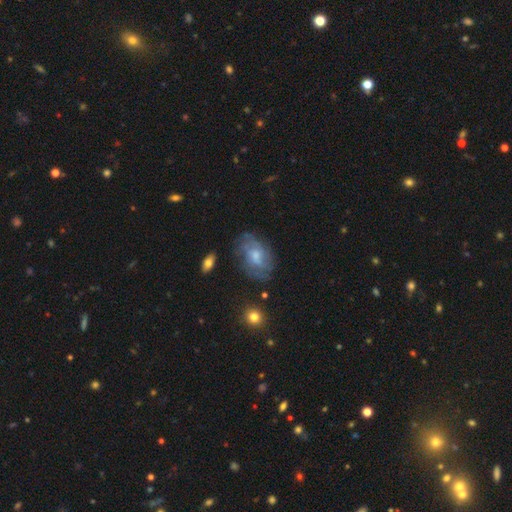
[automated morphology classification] A featured or disk galaxy (61%) with no bar (60%), spiral arms (76%) and a moderate central bulge (47%). Merging: none (64%).